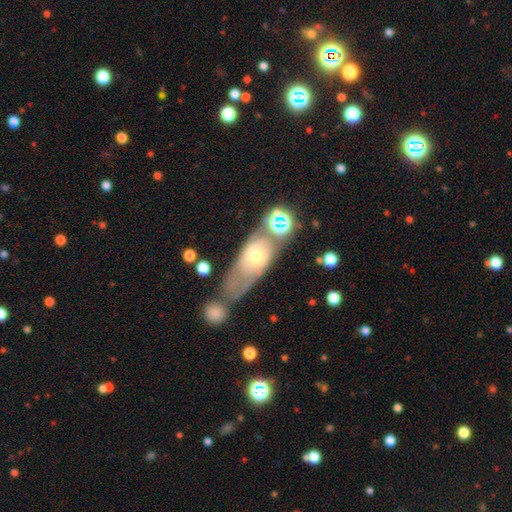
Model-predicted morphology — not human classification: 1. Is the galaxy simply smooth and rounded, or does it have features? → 51% featured or disk, 36% smooth, 14% star or artifact.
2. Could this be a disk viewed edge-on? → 77% no, 23% yes.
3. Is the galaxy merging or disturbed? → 40% none, 22% minor disturbance, 20% merger, 17% major disturbance.